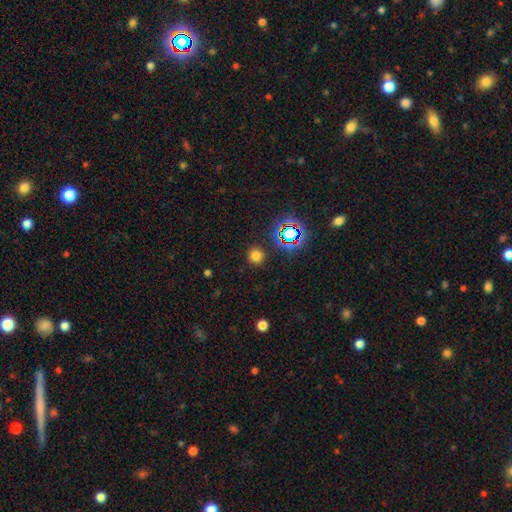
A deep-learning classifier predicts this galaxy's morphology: The model was most divided on "smooth or featured": smooth: 71%, star or artifact: 23%, featured or disk: 6%. More confident: how rounded — round (92%); merging — none (89%).